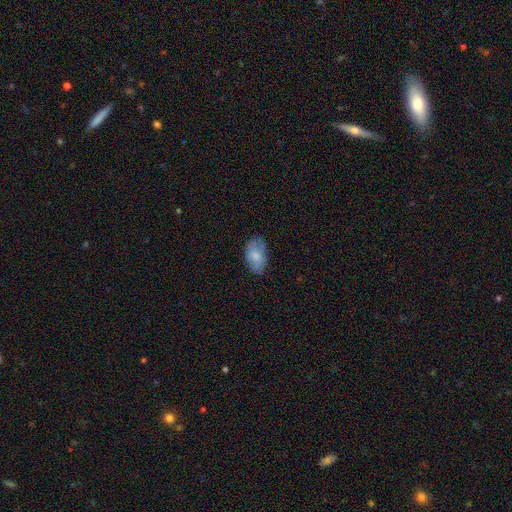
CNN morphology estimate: Q: Smooth or featured?
A: smooth (73%); runner-up: featured or disk (20%)
Q: How rounded?
A: in between (91%); runner-up: round (7%)
Q: Merging?
A: none (70%); runner-up: minor disturbance (23%)